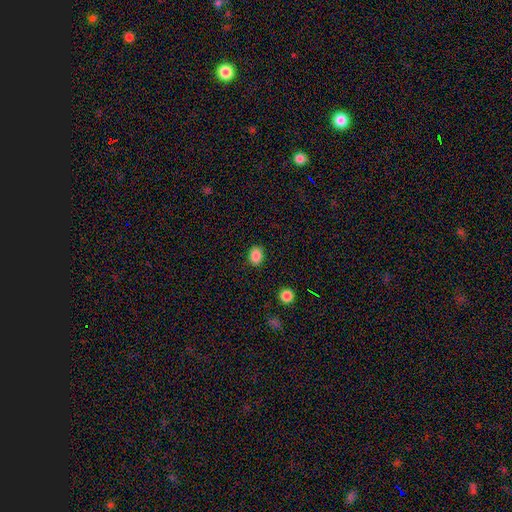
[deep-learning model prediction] smooth 87%, star or artifact 10%, featured or disk 4%. Down the decision tree: how rounded — in between (62%); merging — none (88%).